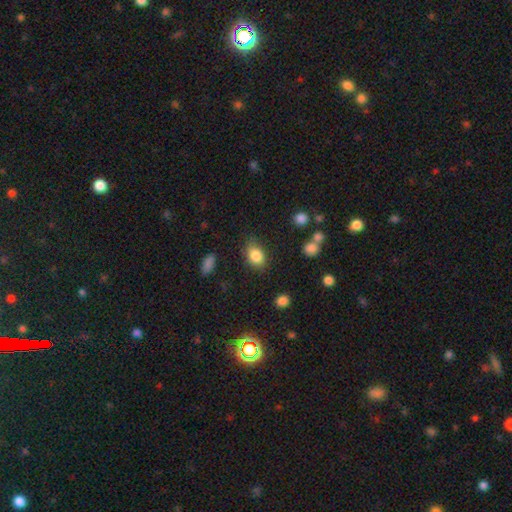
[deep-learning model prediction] smooth_or_featured: smooth (p=0.84) [alt: star or artifact p=0.09]
how_rounded: in between (p=0.76) [alt: round p=0.22]
merging: none (p=0.73) [alt: minor disturbance p=0.20]